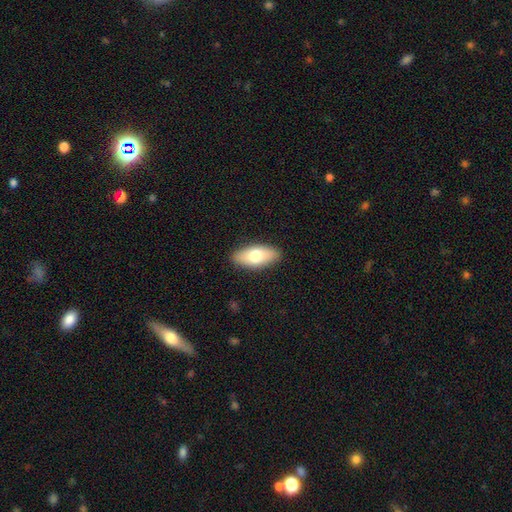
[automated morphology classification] Smooth or featured?
  - smooth: 74% *
  - featured or disk: 20%
  - star or artifact: 6%
How rounded?
  - in between: 88% *
  - cigar-shaped: 9%
  - round: 3%
Merging?
  - none: 88% *
  - minor disturbance: 9%
  - major disturbance: 2%
  - merger: 1%